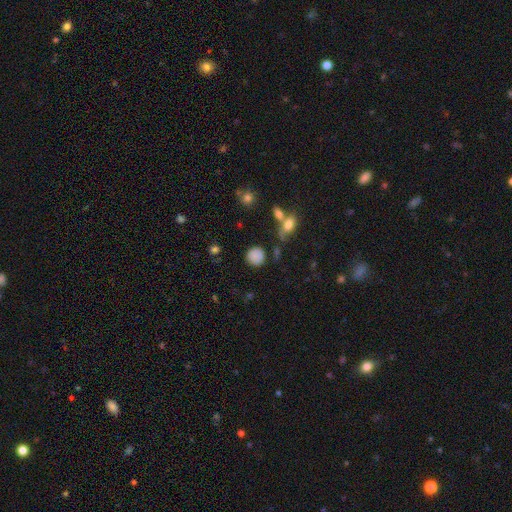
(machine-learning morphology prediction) smooth-or-featured: smooth: 81% | star or artifact: 12% | featured or disk: 7%
  how-rounded: round: 86% | in between: 12% | cigar-shaped: 1%
  merging: none: 74% | minor disturbance: 14% | merger: 6% | major disturbance: 6%